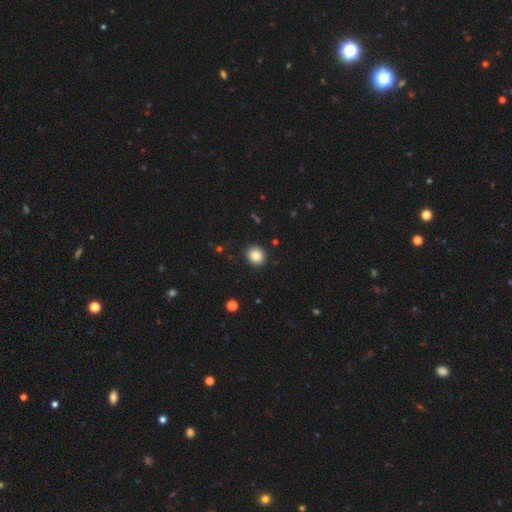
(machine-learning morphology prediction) A smooth galaxy with no disk features (84%) that is round (79%).

Vote fractions:
- Smooth or featured? smooth: 84% / star or artifact: 10% / featured or disk: 6%
- How rounded? round: 79% / in between: 20% / cigar-shaped: 1%
- Merging? none: 91% / minor disturbance: 6% / major disturbance: 2% / merger: 1%